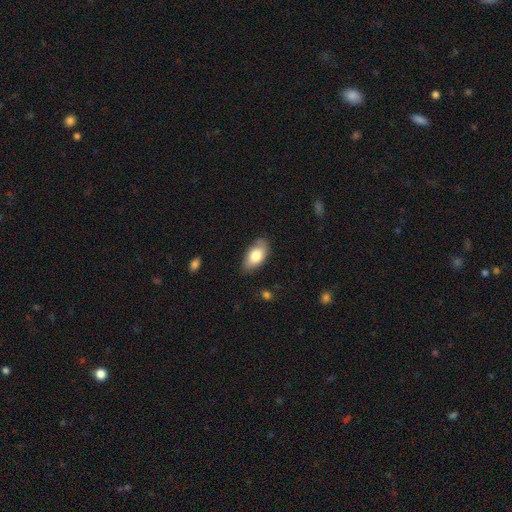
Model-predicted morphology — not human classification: This appears to be a smooth galaxy with no disk features (79%) that is in between round and cigar-shaped (93%). Merging: none (80%).